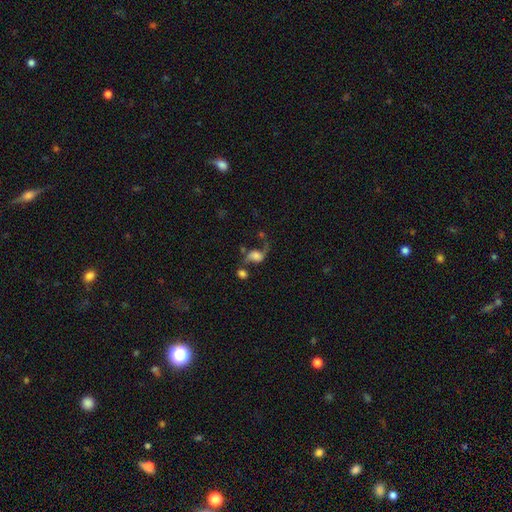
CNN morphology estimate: Smooth or featured?
  - featured or disk: 48% *
  - smooth: 38%
  - star or artifact: 14%
Merging?
  - none: 36% *
  - major disturbance: 24%
  - merger: 23%
  - minor disturbance: 18%